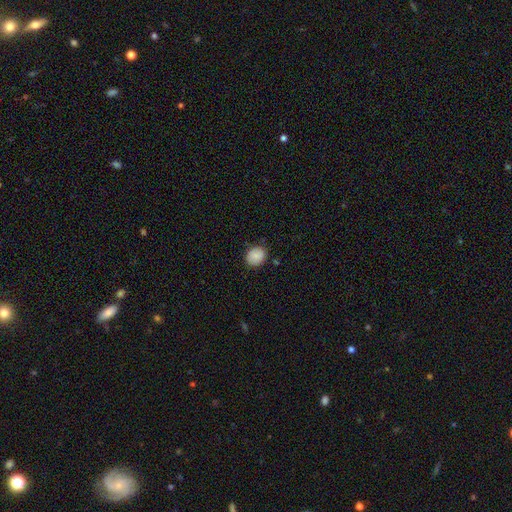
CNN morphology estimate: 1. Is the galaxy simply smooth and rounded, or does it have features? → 87% smooth, 8% star or artifact, 5% featured or disk.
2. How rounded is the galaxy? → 65% round, 34% in between, 1% cigar-shaped.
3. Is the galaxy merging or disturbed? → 82% none, 14% minor disturbance, 3% major disturbance, 2% merger.